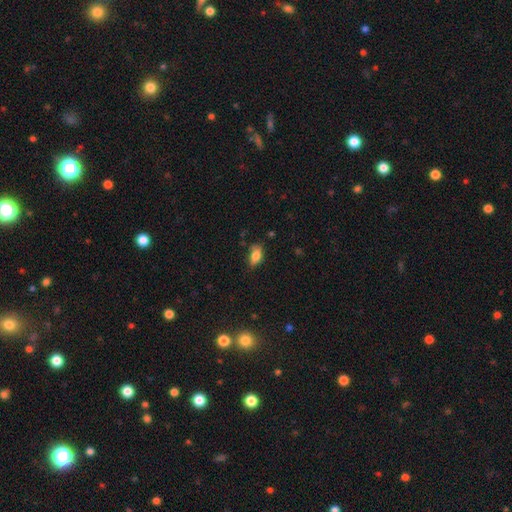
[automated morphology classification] Smooth or featured: smooth — 78% (featured or disk — 13%)
How rounded: in between — 88% (cigar-shaped — 7%)
Merging: none — 68% (minor disturbance — 24%)